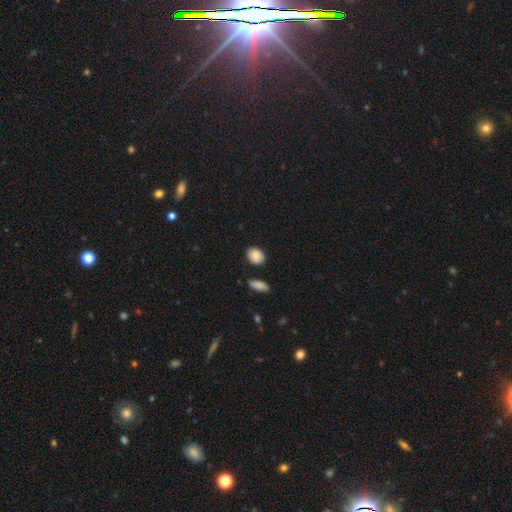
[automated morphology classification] Smooth or featured: smooth — 84% (featured or disk — 8%)
How rounded: in between — 59% (round — 40%)
Merging: none — 80% (minor disturbance — 13%)